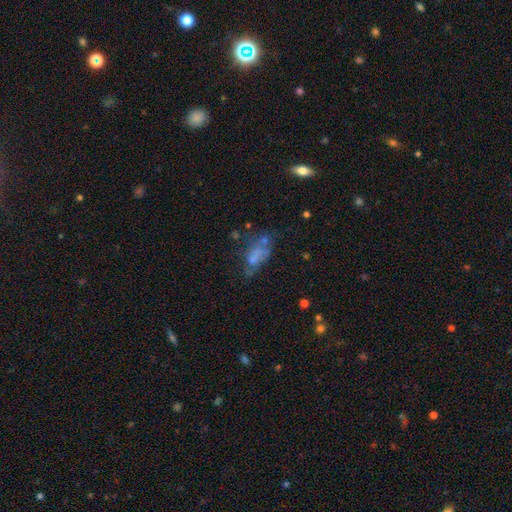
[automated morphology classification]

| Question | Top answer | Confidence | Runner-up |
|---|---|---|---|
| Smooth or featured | smooth | 48% | featured or disk (36%) |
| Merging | none | 31% | major disturbance (30%) |